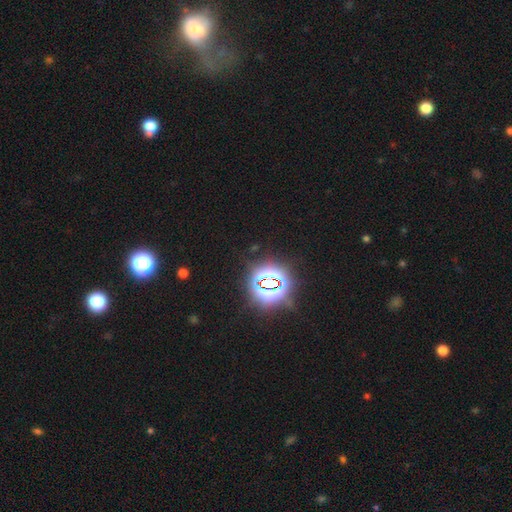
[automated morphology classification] Smooth or featured? star or artifact (80%)